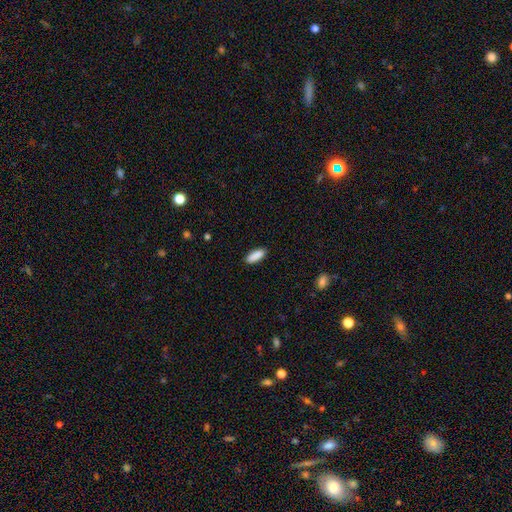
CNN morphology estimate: A smooth galaxy with no disk features (89%) that is in between round and cigar-shaped (63%). Merging: none (88%).